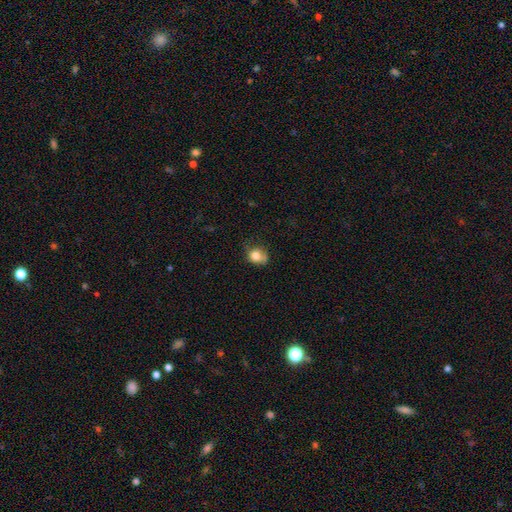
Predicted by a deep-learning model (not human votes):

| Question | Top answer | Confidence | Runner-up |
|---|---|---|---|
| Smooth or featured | smooth | 78% | featured or disk (12%) |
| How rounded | round | 57% | in between (42%) |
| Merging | none | 47% | minor disturbance (35%) |